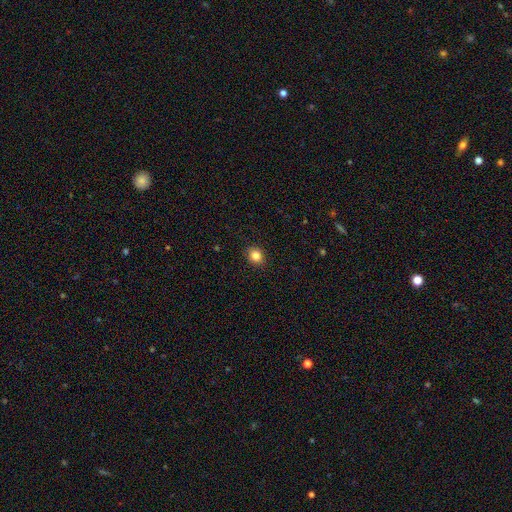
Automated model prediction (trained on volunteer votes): A smooth galaxy with no disk features (84%) that is round (69%). Merging: none (90%).